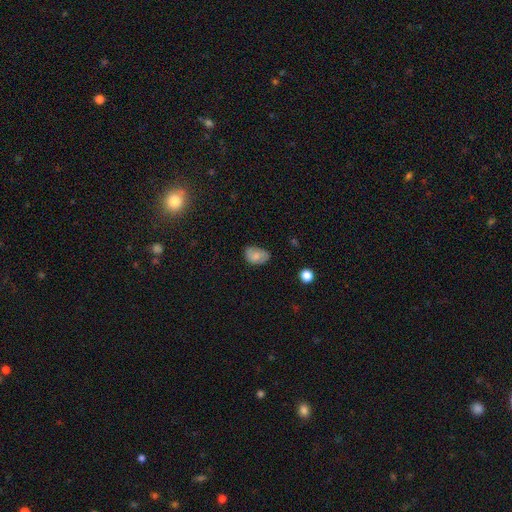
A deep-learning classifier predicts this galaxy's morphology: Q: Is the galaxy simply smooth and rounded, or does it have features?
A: smooth — 72%.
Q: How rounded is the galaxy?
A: in between — 81%.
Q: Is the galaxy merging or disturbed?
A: none — 61%.